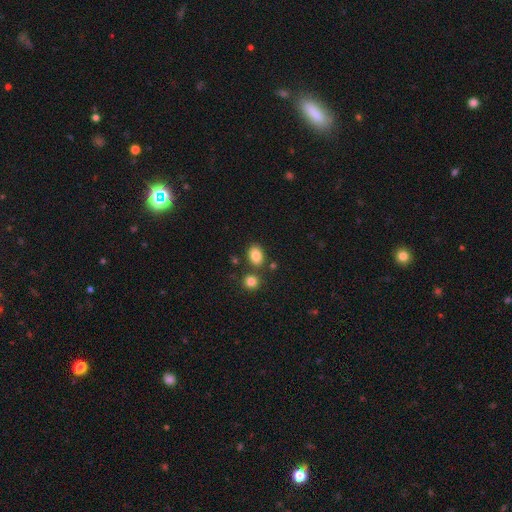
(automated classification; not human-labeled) Smooth or featured? smooth (85%)
How rounded? in between (75%)
Merging? none (76%)